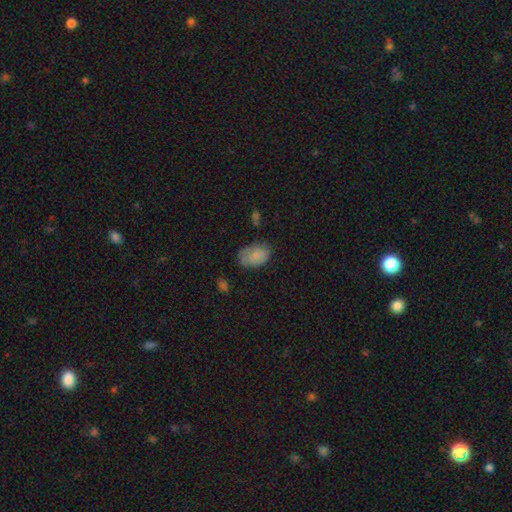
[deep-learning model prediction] This is likely a smooth galaxy (80%). How rounded: clearly in between (86%). Merging: possibly none (60%).